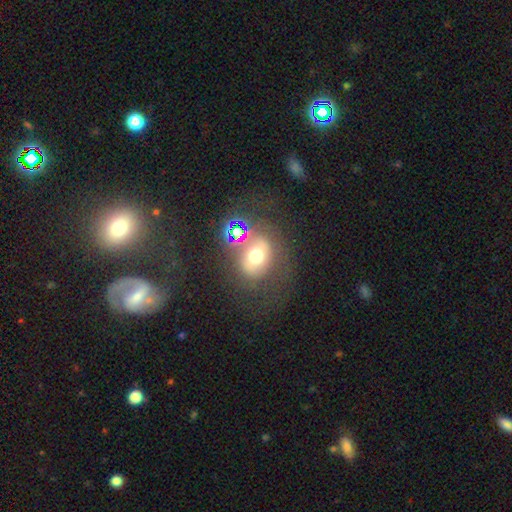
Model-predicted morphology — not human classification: This is possibly a smooth galaxy (49%). Merging: possibly none (58%).